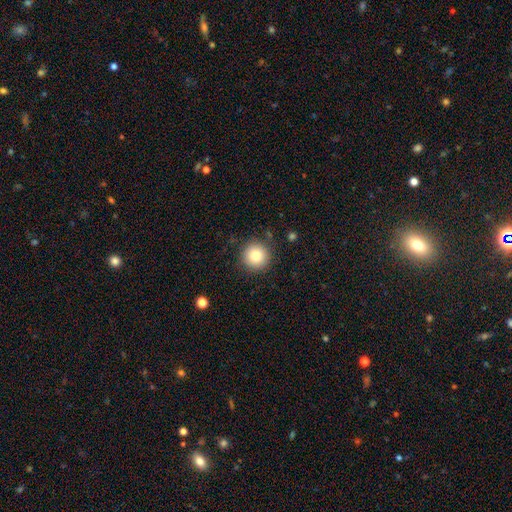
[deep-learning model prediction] smooth_or_featured: smooth (p=0.84) [alt: star or artifact p=0.10]
how_rounded: round (p=0.95) [alt: in between p=0.04]
merging: none (p=0.88) [alt: minor disturbance p=0.08]